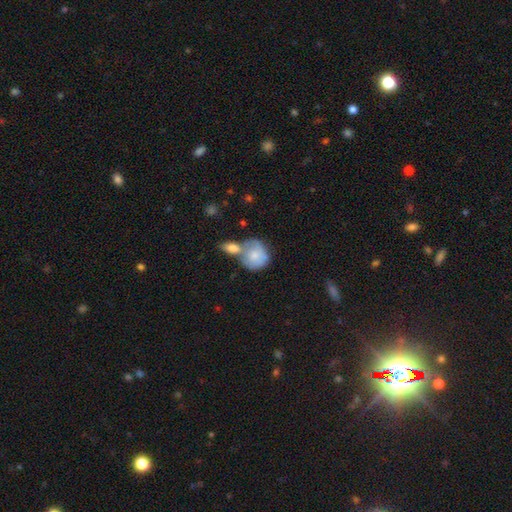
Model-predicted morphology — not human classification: smooth-or-featured: smooth: 70% | featured or disk: 24% | star or artifact: 6%
  how-rounded: round: 72% | in between: 26% | cigar-shaped: 1%
  merging: merger: 50% | none: 28% | minor disturbance: 15% | major disturbance: 8%